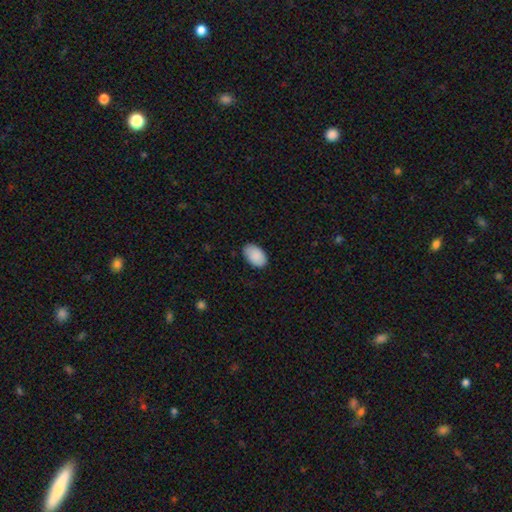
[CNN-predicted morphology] This is clearly a smooth galaxy (90%). How rounded: clearly in between (93%). Merging: clearly none (81%).